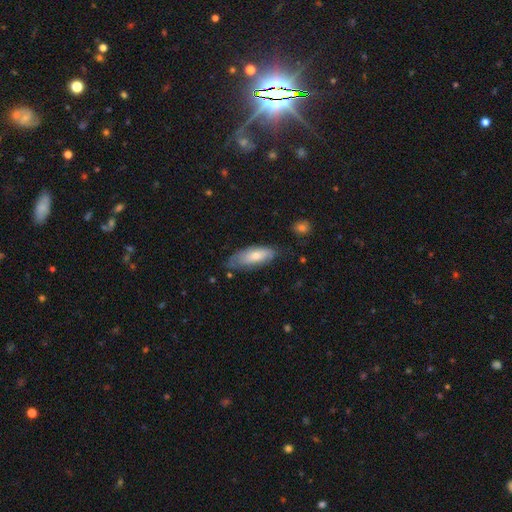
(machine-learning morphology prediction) smooth_or_featured: smooth (p=0.62) [alt: featured or disk p=0.31]
how_rounded: in between (p=0.74) [alt: cigar-shaped p=0.23]
merging: none (p=0.55) [alt: minor disturbance p=0.32]